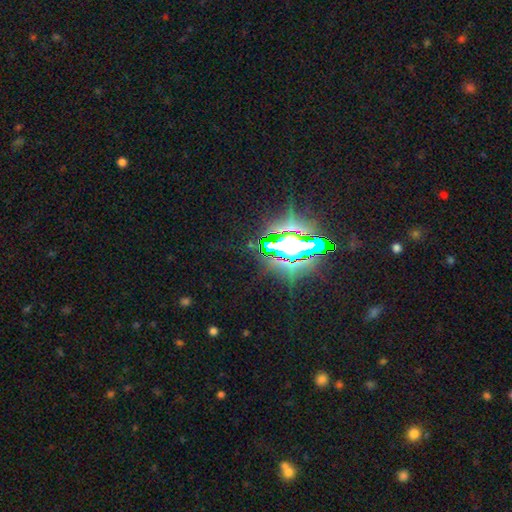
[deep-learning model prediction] Smooth or featured? star or artifact (85%)